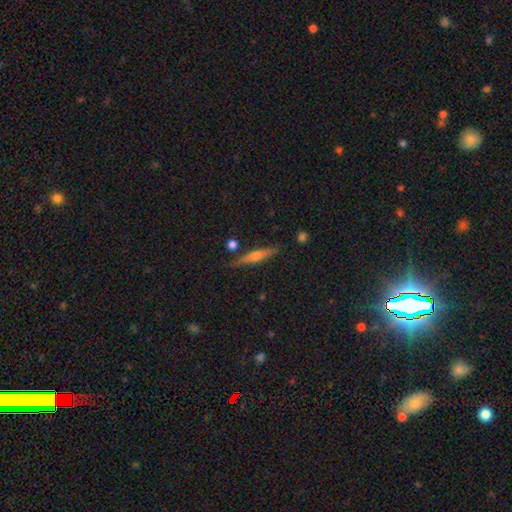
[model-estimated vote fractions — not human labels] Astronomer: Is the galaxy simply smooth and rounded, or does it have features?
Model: featured or disk — 57% (runner-up: smooth, 34%).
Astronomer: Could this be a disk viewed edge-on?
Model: yes — 96%.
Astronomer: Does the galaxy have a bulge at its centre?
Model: rounded — 69%.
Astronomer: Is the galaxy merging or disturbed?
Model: none — 85%.